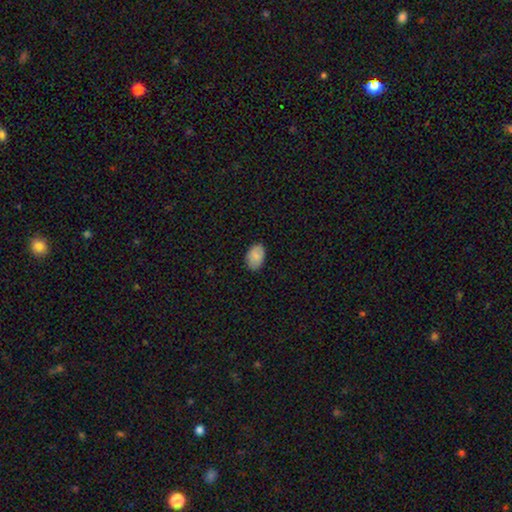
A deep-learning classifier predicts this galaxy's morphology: smooth-or-featured: smooth: 85% | featured or disk: 8% | star or artifact: 7%
  how-rounded: in between: 87% | round: 12% | cigar-shaped: 1%
  merging: none: 84% | minor disturbance: 13% | major disturbance: 2% | merger: 1%